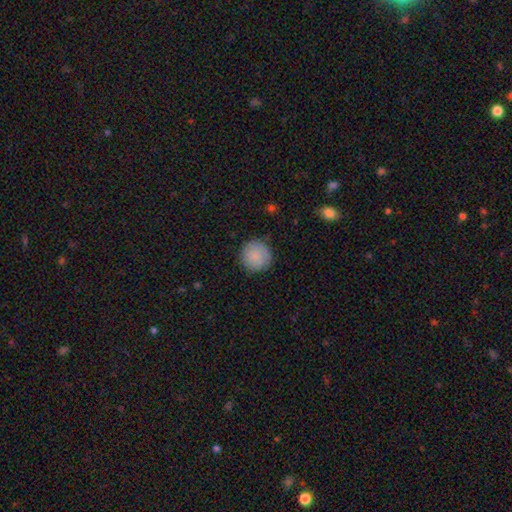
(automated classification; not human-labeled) smooth 85%, featured or disk 8%, star or artifact 7%. Down the decision tree: how rounded — round (95%); merging — none (85%).